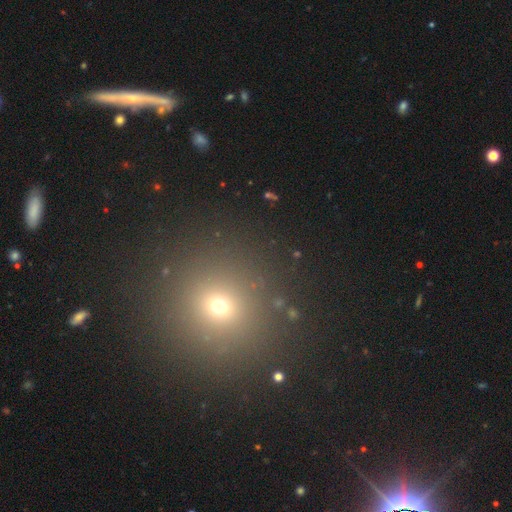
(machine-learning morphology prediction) Q: Smooth or featured?
A: smooth (59%); runner-up: star or artifact (33%)
Q: How rounded?
A: round (92%); runner-up: in between (7%)
Q: Merging?
A: none (89%); runner-up: minor disturbance (6%)